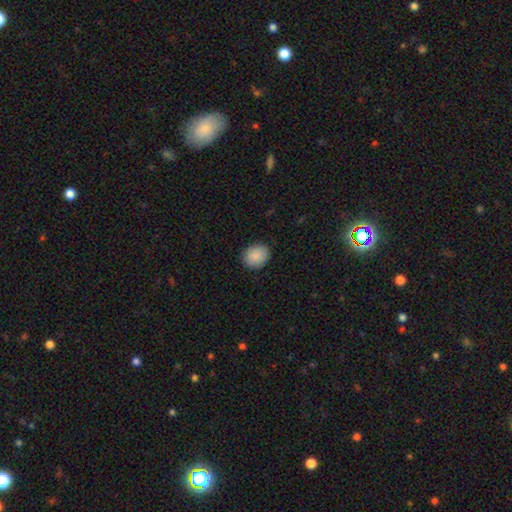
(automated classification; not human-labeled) A smooth galaxy with no disk features (89%) that is round (61%).

Vote fractions:
- Smooth or featured? smooth: 89% / star or artifact: 7% / featured or disk: 4%
- How rounded? round: 61% / in between: 38% / cigar-shaped: 1%
- Merging? none: 88% / minor disturbance: 9% / major disturbance: 2% / merger: 1%